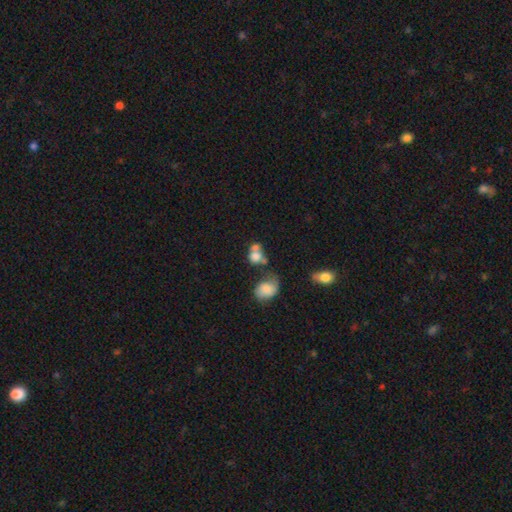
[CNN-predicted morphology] This appears to be a smooth galaxy with no disk features (73%) that is round (55%). Merging: merger (50%).